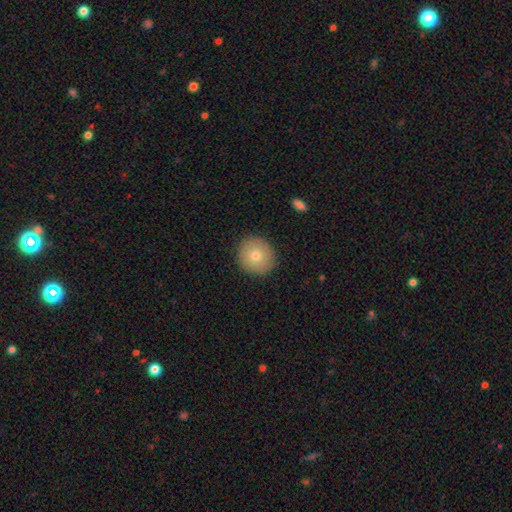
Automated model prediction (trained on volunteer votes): Smooth or featured?
  - smooth: 75% *
  - featured or disk: 16%
  - star or artifact: 9%
How rounded?
  - round: 90% *
  - in between: 9%
  - cigar-shaped: 1%
Merging?
  - none: 91% *
  - minor disturbance: 6%
  - major disturbance: 2%
  - merger: 1%